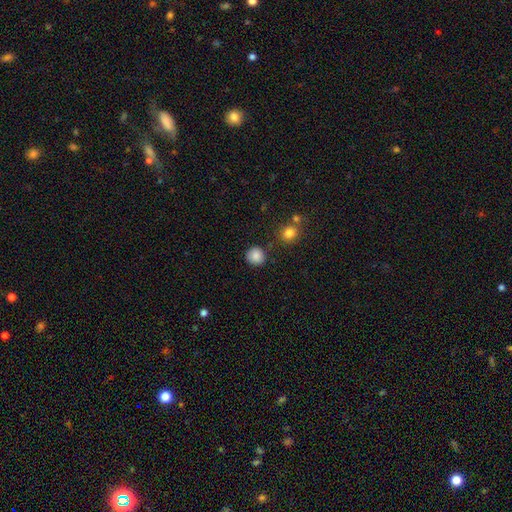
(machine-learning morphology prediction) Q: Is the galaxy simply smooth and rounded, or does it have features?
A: smooth — 86%.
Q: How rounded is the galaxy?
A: round — 90%.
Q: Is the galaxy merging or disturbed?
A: none — 85%.